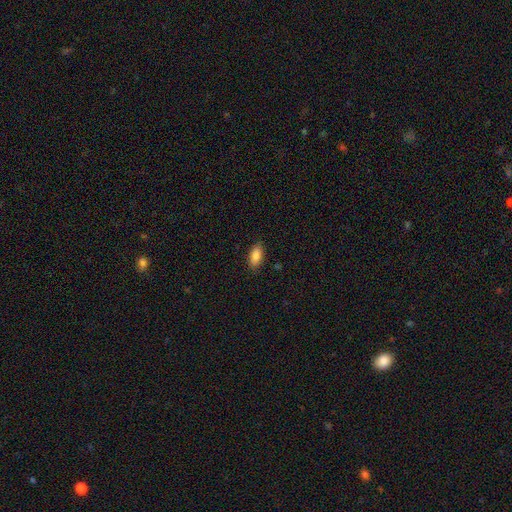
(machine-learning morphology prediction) This appears to be a smooth galaxy with no disk features (86%) that is in between round and cigar-shaped (89%). Merging: none (87%).